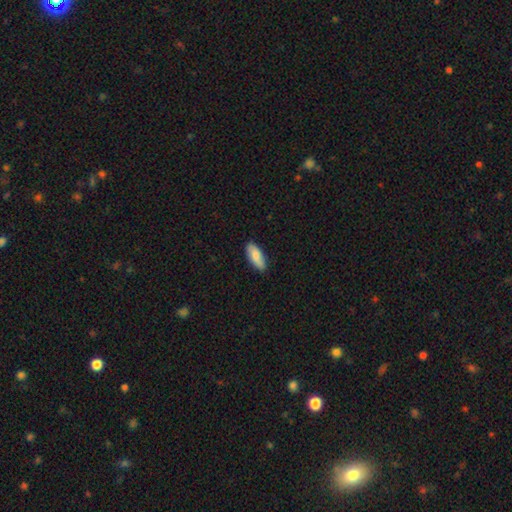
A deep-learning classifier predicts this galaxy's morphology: Smooth or featured? smooth (80%)
How rounded? in between (79%)
Merging? none (85%)